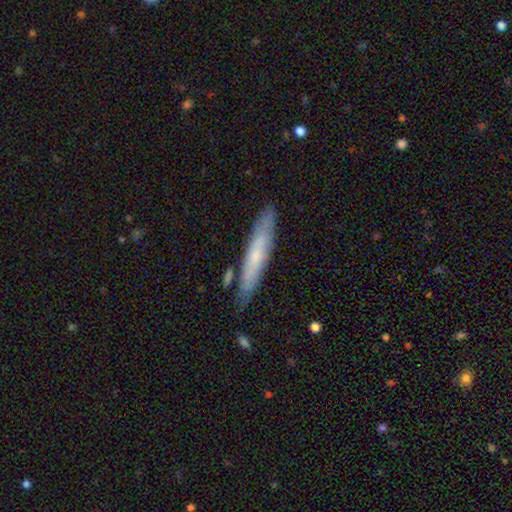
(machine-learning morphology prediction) smooth_or_featured: smooth (p=0.52) [alt: featured or disk p=0.42]
how_rounded: cigar-shaped (p=0.91) [alt: in between p=0.08]
merging: none (p=0.82) [alt: minor disturbance p=0.13]